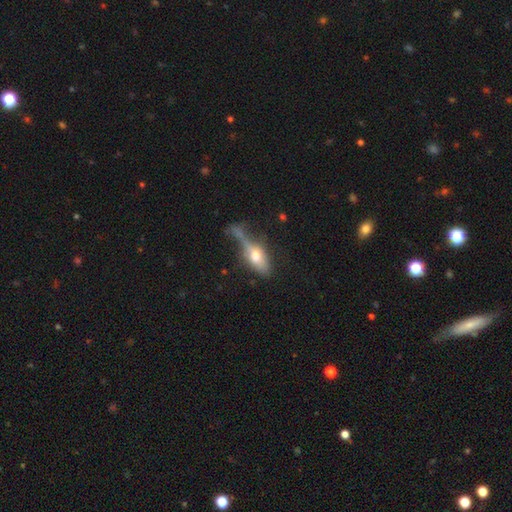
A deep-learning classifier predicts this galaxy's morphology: This is possibly a smooth galaxy (59%). How rounded: likely in between (74%). Merging: marginally major disturbance (31%).